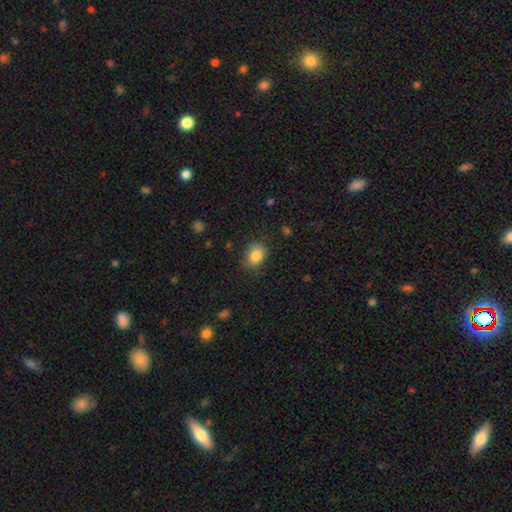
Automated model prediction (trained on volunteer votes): Smooth or featured? Predicted: smooth (p=0.85). How rounded? Predicted: in between (p=0.55). Merging? Predicted: none (p=0.73).